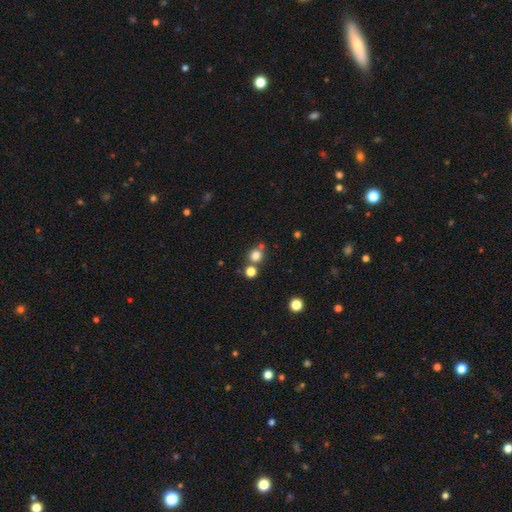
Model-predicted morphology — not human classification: Q: Smooth or featured?
A: smooth (77%); runner-up: star or artifact (16%)
Q: How rounded?
A: round (89%); runner-up: in between (10%)
Q: Merging?
A: none (67%); runner-up: merger (23%)